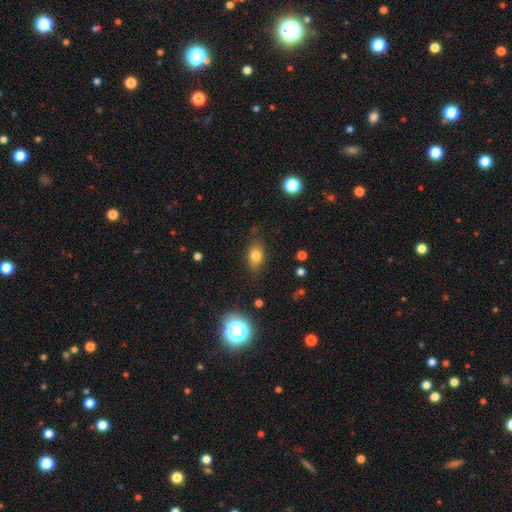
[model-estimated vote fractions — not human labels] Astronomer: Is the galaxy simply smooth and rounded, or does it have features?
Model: smooth — 76%.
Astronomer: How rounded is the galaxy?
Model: in between — 75%.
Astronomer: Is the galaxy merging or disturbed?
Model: none — 78%.